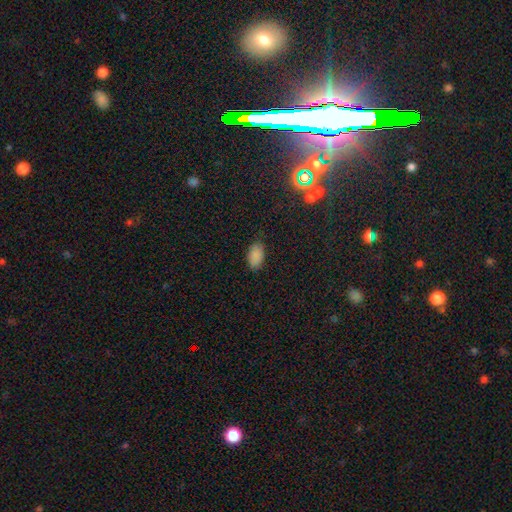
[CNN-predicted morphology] Smooth or featured?
  - smooth: 87% *
  - star or artifact: 9%
  - featured or disk: 4%
How rounded?
  - in between: 94% *
  - round: 5%
  - cigar-shaped: 2%
Merging?
  - none: 84% *
  - minor disturbance: 12%
  - major disturbance: 3%
  - merger: 1%